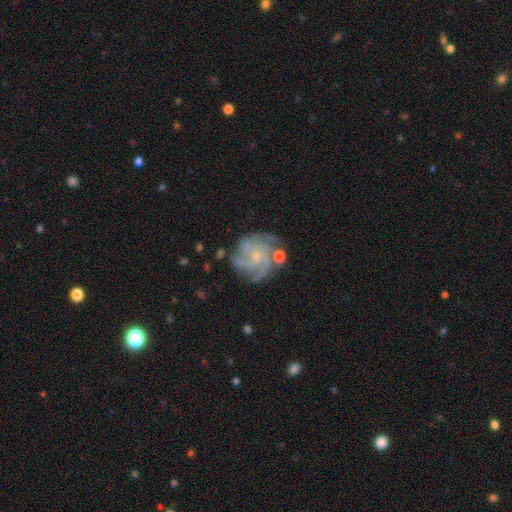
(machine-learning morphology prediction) Overall: featured or disk (85%). Edge-on disk: no (98%). Bar: no (69%). Spiral arms: yes (97%). Spiral arm count: 4 (40%; 3 19%). Spiral winding: tight (55%; medium 37%). Bulge size: small (62%). Merging: none (72%).